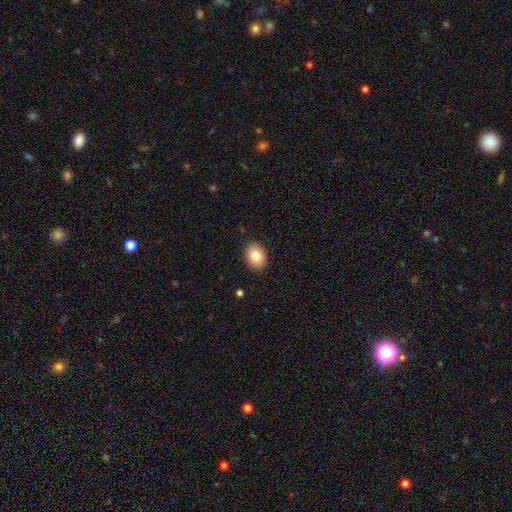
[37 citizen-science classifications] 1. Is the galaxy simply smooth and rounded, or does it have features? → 73% smooth, 19% featured or disk, 8% star or artifact.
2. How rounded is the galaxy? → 67% in between, 33% round, 0% cigar-shaped.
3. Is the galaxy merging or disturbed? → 82% none, 12% minor disturbance, 6% major disturbance, 0% merger.